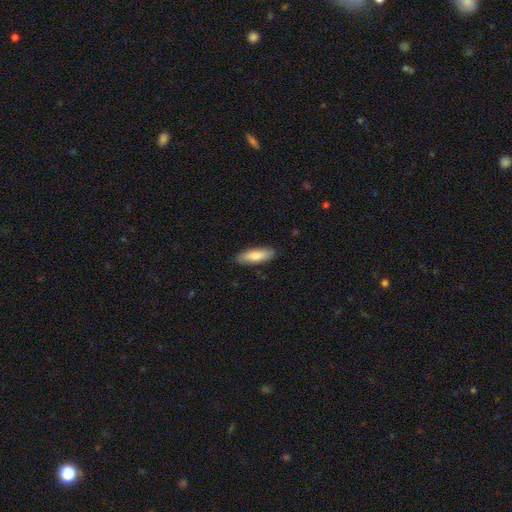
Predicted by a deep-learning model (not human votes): Morphology: type=smooth (78%); roundness=in between (55%); merging=none (87%).